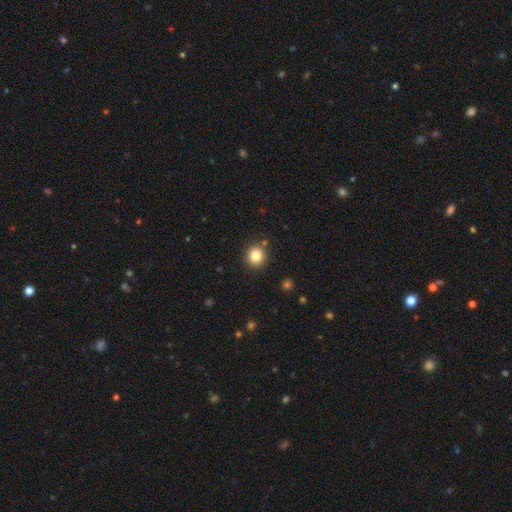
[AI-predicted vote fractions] Smooth or featured? Predicted: smooth (p=0.83). How rounded? Predicted: round (p=0.87). Merging? Predicted: none (p=0.87).